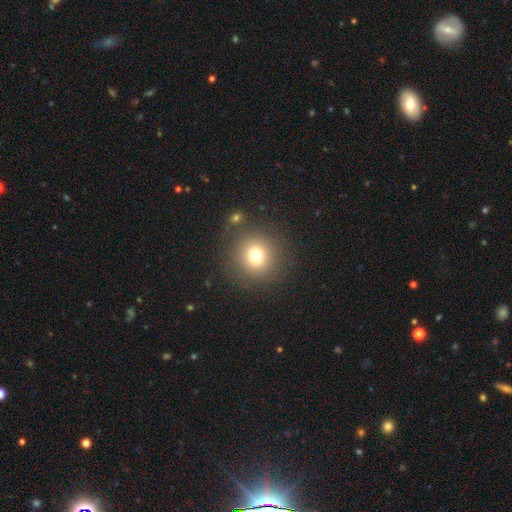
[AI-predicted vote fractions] A smooth galaxy with no disk features (74%) that is round (93%).

Vote fractions:
- Smooth or featured? smooth: 74% / star or artifact: 16% / featured or disk: 10%
- How rounded? round: 93% / in between: 6% / cigar-shaped: 1%
- Merging? none: 86% / minor disturbance: 7% / major disturbance: 4% / merger: 4%